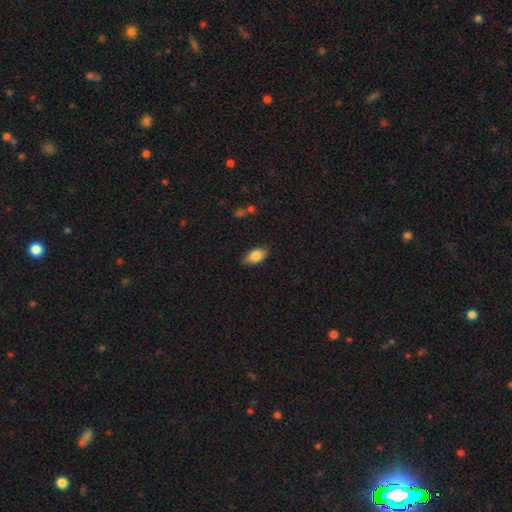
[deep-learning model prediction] This appears to be a smooth galaxy with no disk features (83%) that is in between round and cigar-shaped (90%). Merging: none (82%).